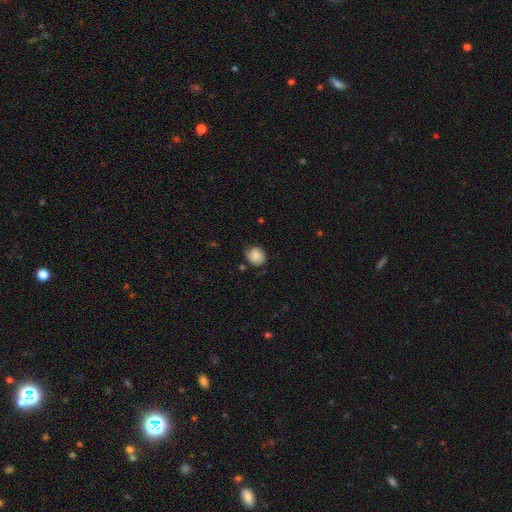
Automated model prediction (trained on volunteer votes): A smooth galaxy with no disk features (81%) that is round (63%). Merging: none (70%).